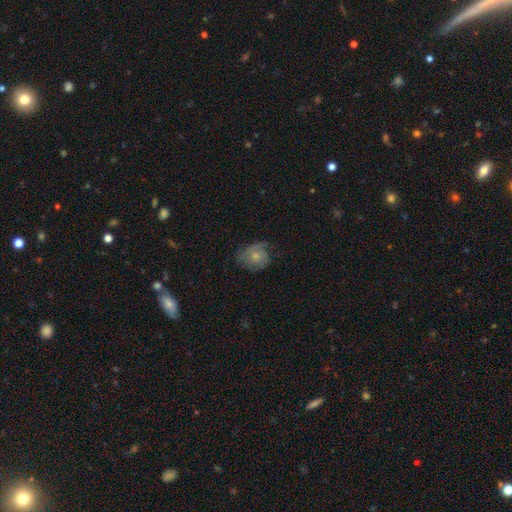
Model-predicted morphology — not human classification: A featured or disk galaxy (47%).

Vote fractions:
- Smooth or featured? featured or disk: 47% / smooth: 46% / star or artifact: 8%
- Merging? none: 53% / minor disturbance: 29% / major disturbance: 16% / merger: 1%